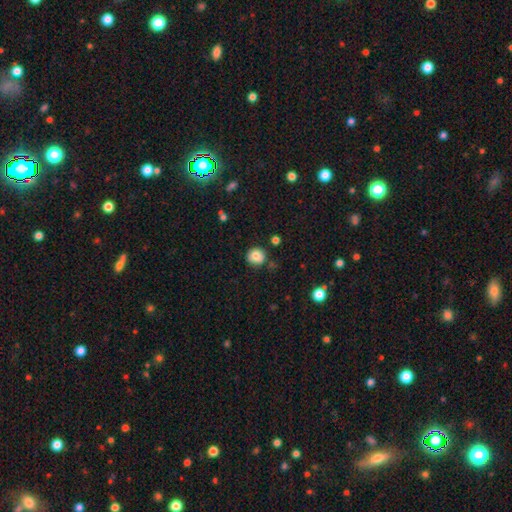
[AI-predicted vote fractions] smooth-or-featured: smooth: 81% | star or artifact: 10% | featured or disk: 9%
  how-rounded: round: 90% | in between: 9% | cigar-shaped: 1%
  merging: none: 84% | minor disturbance: 10% | merger: 3% | major disturbance: 2%